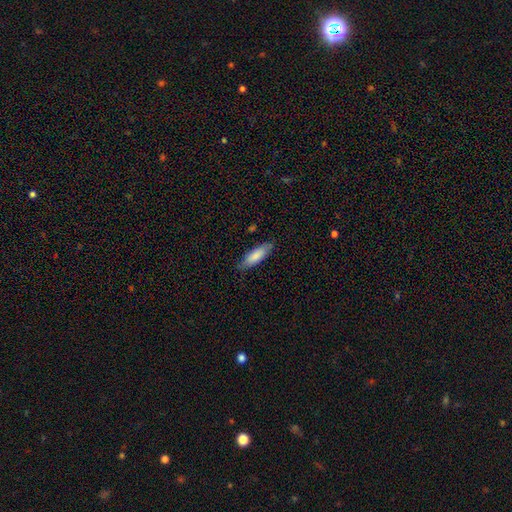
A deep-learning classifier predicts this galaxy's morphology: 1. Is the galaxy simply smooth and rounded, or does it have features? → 82% smooth, 13% featured or disk, 5% star or artifact.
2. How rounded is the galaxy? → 50% in between, 48% cigar-shaped, 1% round.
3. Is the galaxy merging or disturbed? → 81% none, 15% minor disturbance, 3% major disturbance, 1% merger.